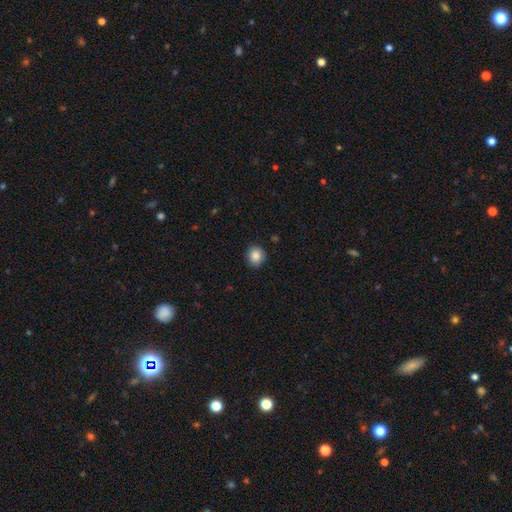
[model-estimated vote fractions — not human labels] Morphology: type=smooth (86%); roundness=round (84%); merging=none (89%).